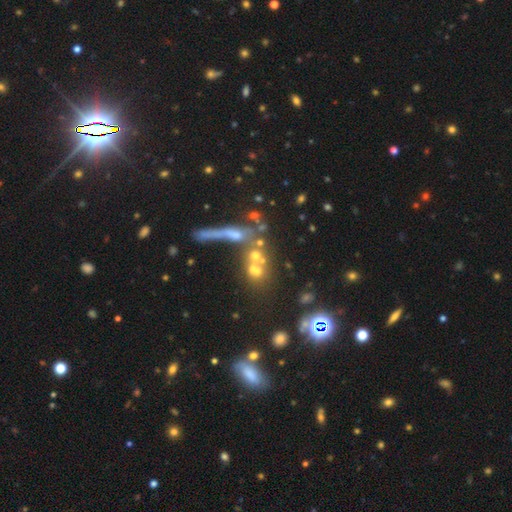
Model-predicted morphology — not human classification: Smooth or featured?
  - smooth: 42% *
  - featured or disk: 34%
  - star or artifact: 24%
Merging?
  - merger: 41% *
  - none: 36%
  - major disturbance: 13%
  - minor disturbance: 10%